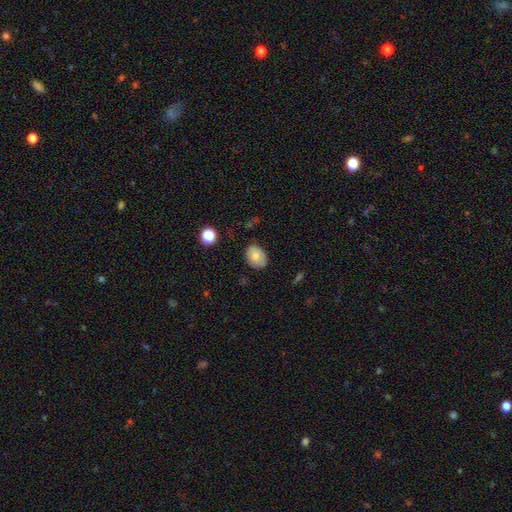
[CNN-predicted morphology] Overall: smooth (73%). How rounded: in between (72%). Merging: none (80%).